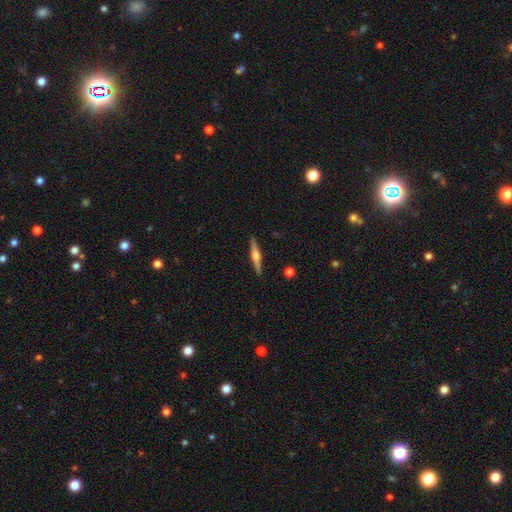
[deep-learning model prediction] A featured or disk galaxy (75%) viewed edge-on (98%) with a rounded central bulge (92%). Merging: none (91%).